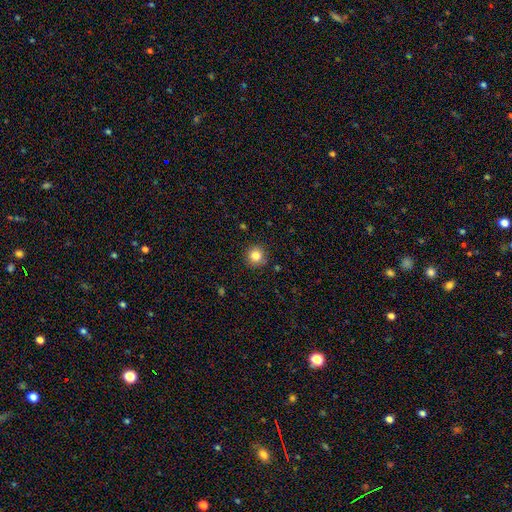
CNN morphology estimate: The model was most divided on "smooth or featured": smooth: 83%, star or artifact: 11%, featured or disk: 6%. More confident: how rounded — round (94%); merging — none (90%).